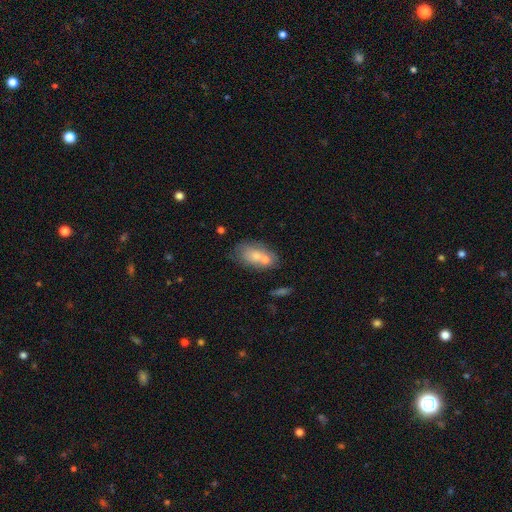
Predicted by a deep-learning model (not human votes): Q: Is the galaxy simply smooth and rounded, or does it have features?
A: smooth — 65%.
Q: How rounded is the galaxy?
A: in between — 84%.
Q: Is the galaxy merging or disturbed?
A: none — 44%.